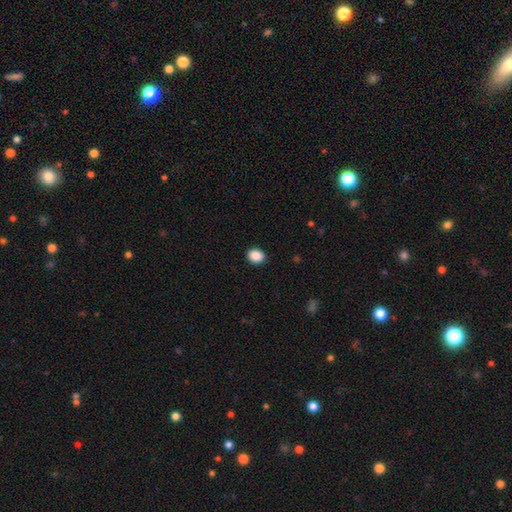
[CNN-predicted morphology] Smooth or featured: smooth — 89% (star or artifact — 8%)
How rounded: in between — 53% (round — 46%)
Merging: none — 91% (minor disturbance — 7%)